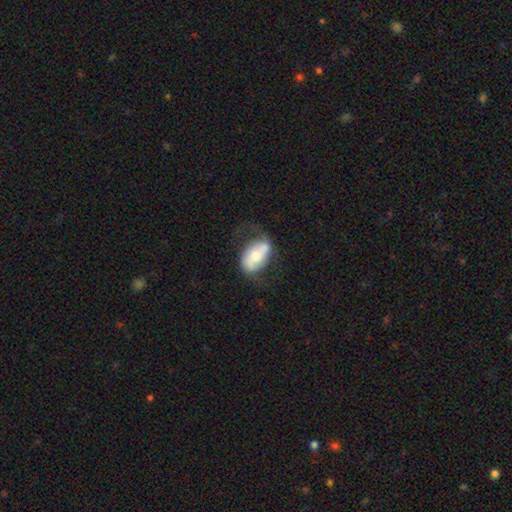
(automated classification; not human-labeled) This is possibly a featured or disk galaxy (56%). It is clearly not viewed edge-on (92%). Bar: possibly no (47%). Spiral arm pattern: likely yes (62%). Central bulge: likely moderate (62%). Merging: possibly none (52%).